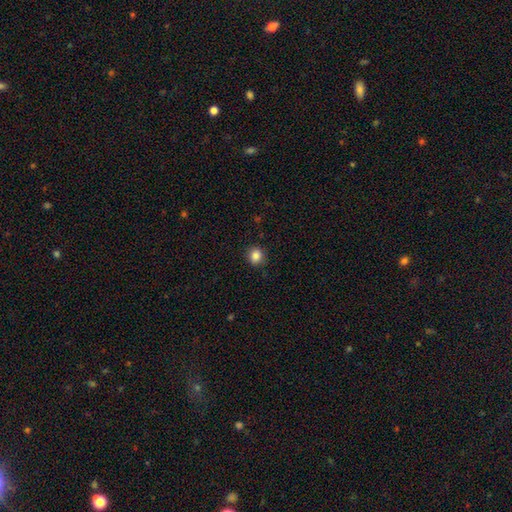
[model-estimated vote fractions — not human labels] The model was most divided on "how rounded": round: 86%, in between: 13%, cigar-shaped: 1%. More confident: merging — none (89%); smooth or featured — smooth (85%).